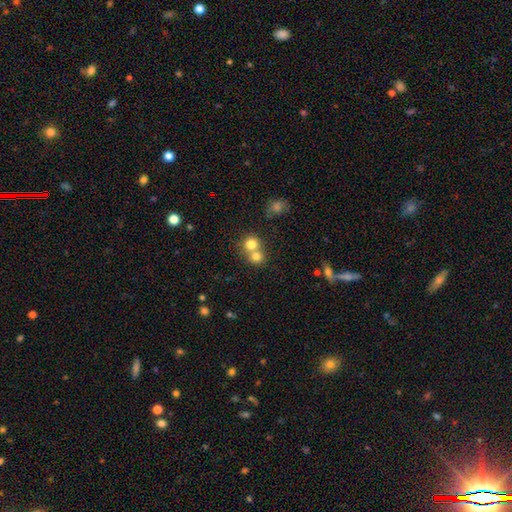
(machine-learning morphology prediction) This appears to be a smooth galaxy with no disk features (65%) that is round (84%). Merging: merger (48%).